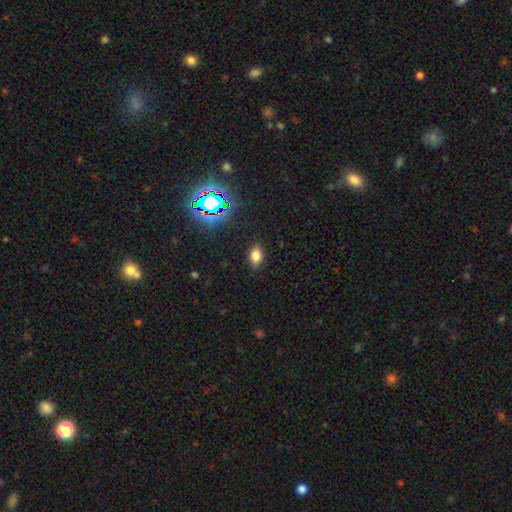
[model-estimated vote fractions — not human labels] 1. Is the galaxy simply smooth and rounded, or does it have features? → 75% smooth, 17% star or artifact, 8% featured or disk.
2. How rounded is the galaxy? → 85% in between, 13% round, 2% cigar-shaped.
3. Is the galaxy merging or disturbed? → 86% none, 10% minor disturbance, 3% major disturbance, 1% merger.